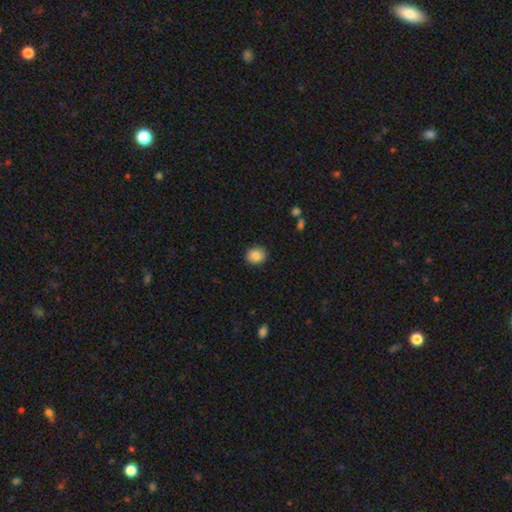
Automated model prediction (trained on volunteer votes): Smooth or featured: smooth — 86% (star or artifact — 8%)
How rounded: round — 79% (in between — 20%)
Merging: none — 90% (minor disturbance — 7%)